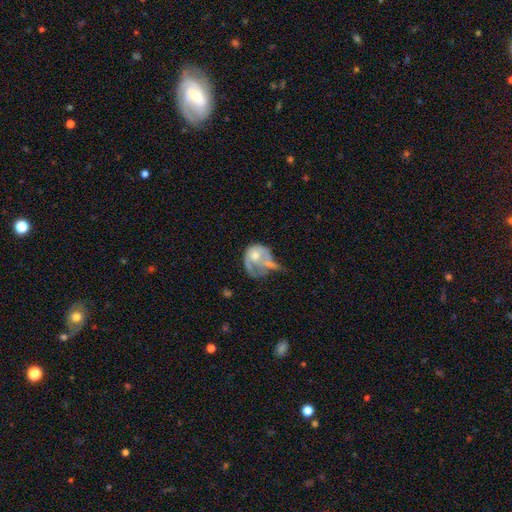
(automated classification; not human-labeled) The model was most divided on "smooth or featured": featured or disk: 53%, smooth: 40%, star or artifact: 7%. Remaining: edge-on disk — no (97%); bar — no (86%); spiral arms — no (66%); bulge size — moderate (60%); merging — major disturbance (40%).